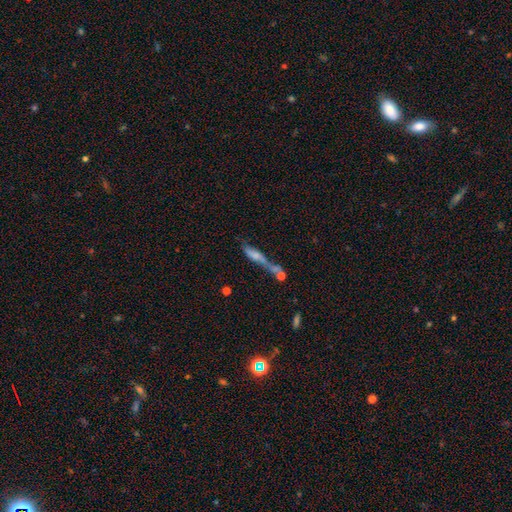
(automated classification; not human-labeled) This appears to be a smooth galaxy with no disk features (47%). Merging: merger (39%).